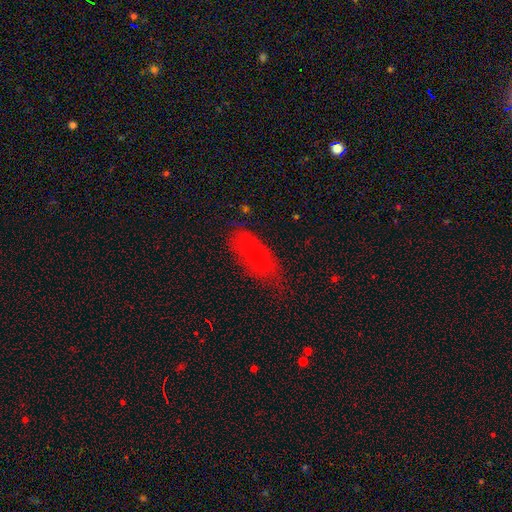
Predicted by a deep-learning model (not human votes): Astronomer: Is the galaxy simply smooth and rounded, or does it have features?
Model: smooth — 67%.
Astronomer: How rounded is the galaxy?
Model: in between — 76%.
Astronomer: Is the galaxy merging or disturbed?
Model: none — 66%.